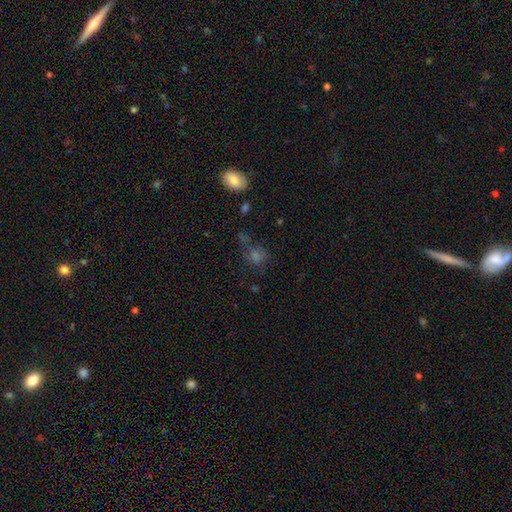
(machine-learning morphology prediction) smooth-or-featured: smooth: 51% | star or artifact: 31% | featured or disk: 18%
  how-rounded: round: 73% | in between: 25% | cigar-shaped: 2%
  merging: none: 65% | minor disturbance: 17% | major disturbance: 10% | merger: 8%